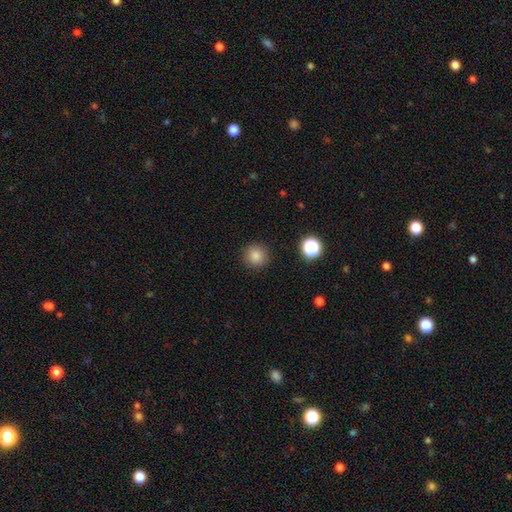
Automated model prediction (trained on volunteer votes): Smooth or featured?
  - smooth: 83% *
  - star or artifact: 12%
  - featured or disk: 4%
How rounded?
  - round: 95% *
  - in between: 4%
  - cigar-shaped: 1%
Merging?
  - none: 90% *
  - minor disturbance: 6%
  - major disturbance: 2%
  - merger: 1%